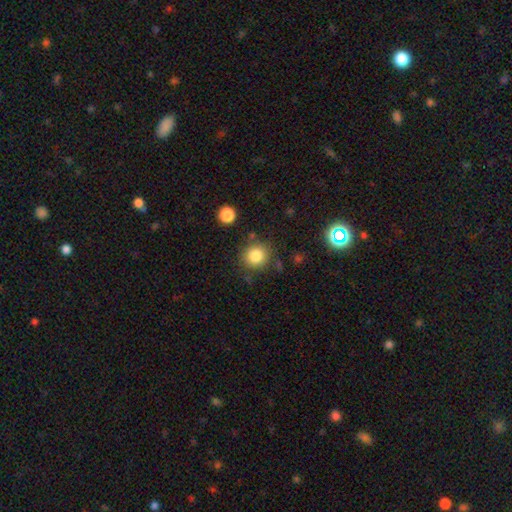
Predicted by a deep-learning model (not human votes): smooth 83%, star or artifact 11%, featured or disk 6%. Down the decision tree: how rounded — round (88%); merging — none (81%).